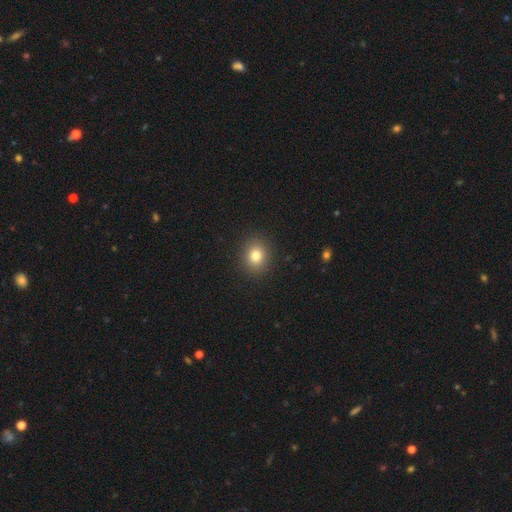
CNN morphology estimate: smooth-or-featured: smooth: 80% | star or artifact: 12% | featured or disk: 8%
  how-rounded: round: 68% | in between: 31% | cigar-shaped: 1%
  merging: none: 90% | minor disturbance: 6% | major disturbance: 2% | merger: 1%